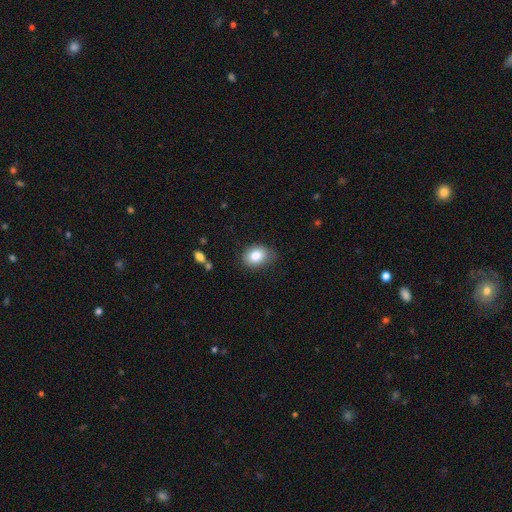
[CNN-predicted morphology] A smooth galaxy with no disk features (83%) that is in between round and cigar-shaped (69%).

Vote fractions:
- Smooth or featured? smooth: 83% / featured or disk: 9% / star or artifact: 8%
- How rounded? in between: 69% / round: 30% / cigar-shaped: 1%
- Merging? none: 79% / minor disturbance: 16% / major disturbance: 3% / merger: 1%